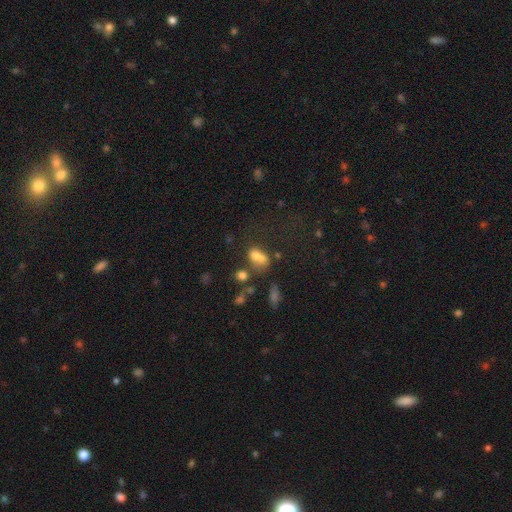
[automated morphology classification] A smooth galaxy with no disk features (66%) that is in between round and cigar-shaped (55%). Merging: merger (59%).